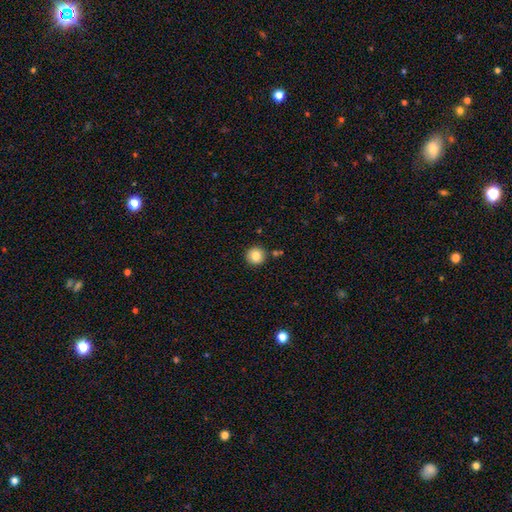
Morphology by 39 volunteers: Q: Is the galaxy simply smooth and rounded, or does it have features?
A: smooth — 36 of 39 (92%).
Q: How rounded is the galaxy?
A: round — 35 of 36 (97%).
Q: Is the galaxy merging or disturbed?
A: none — 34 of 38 (89%).